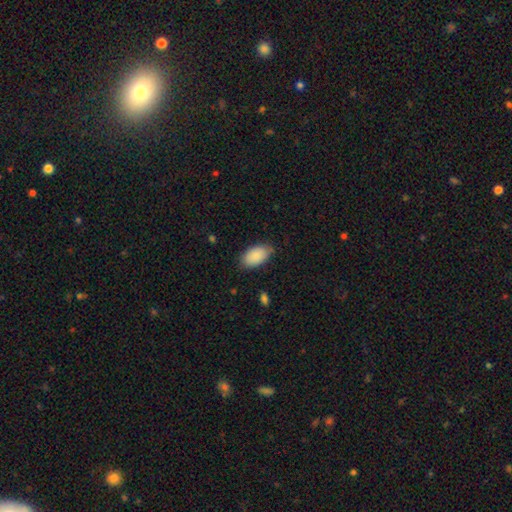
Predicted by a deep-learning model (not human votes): The model was most divided on "merging": none: 79%, minor disturbance: 17%, major disturbance: 3%, merger: 1%. More confident: how rounded — in between (95%); smooth or featured — smooth (88%).